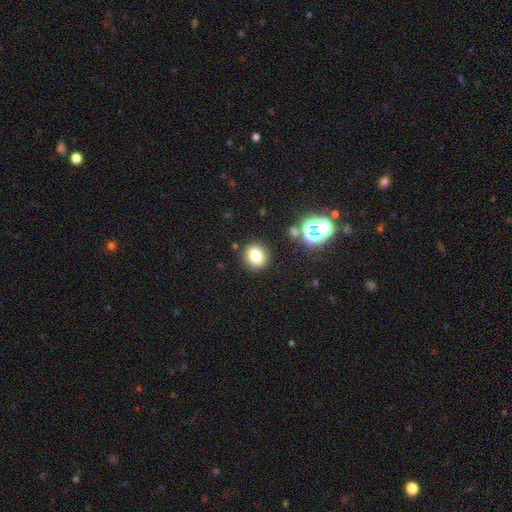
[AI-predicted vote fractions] Smooth or featured? smooth (76%)
How rounded? round (67%)
Merging? none (87%)